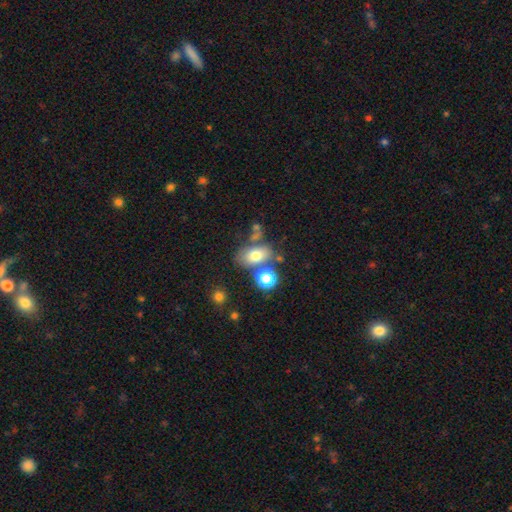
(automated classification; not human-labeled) The model was most divided on "merging": none: 56%, merger: 22%, minor disturbance: 15%, major disturbance: 7%. More confident: how rounded — in between (81%); smooth or featured — smooth (70%).